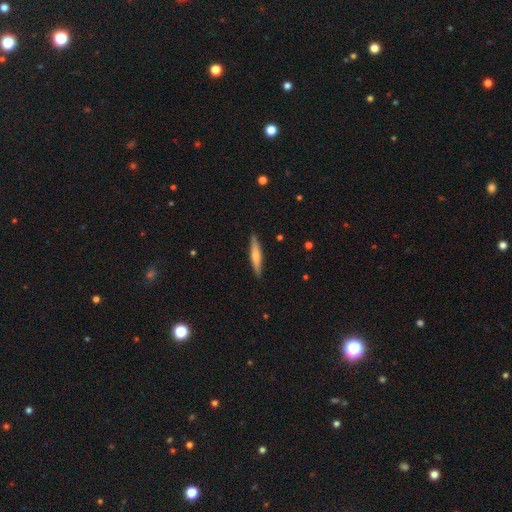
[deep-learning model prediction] This appears to be a smooth galaxy with no disk features (50%). Merging: none (90%).